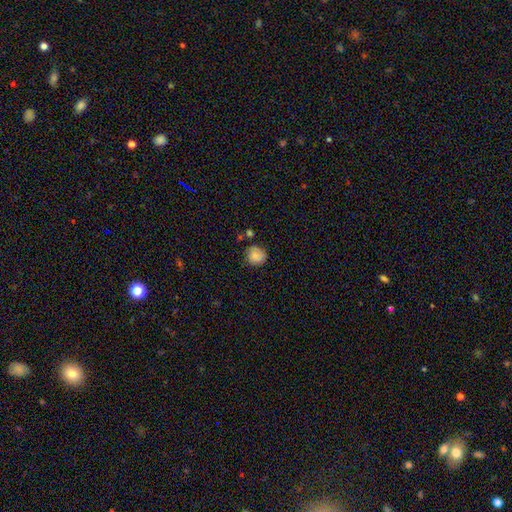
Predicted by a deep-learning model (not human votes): Smooth or featured?
  - smooth: 79% *
  - featured or disk: 13%
  - star or artifact: 8%
How rounded?
  - round: 89% *
  - in between: 10%
  - cigar-shaped: 1%
Merging?
  - none: 72% *
  - minor disturbance: 18%
  - merger: 5%
  - major disturbance: 4%